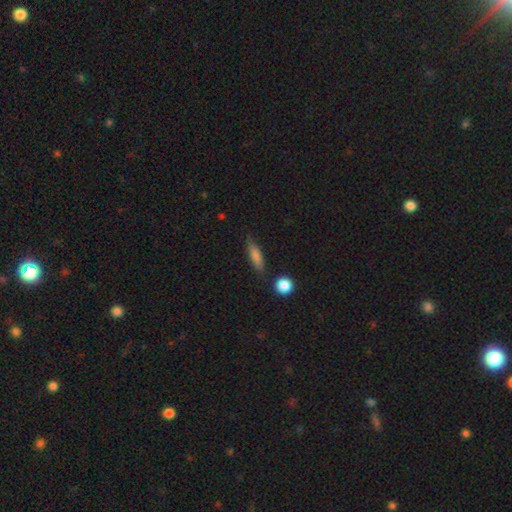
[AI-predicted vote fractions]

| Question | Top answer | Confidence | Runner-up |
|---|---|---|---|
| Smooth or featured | smooth | 72% | featured or disk (19%) |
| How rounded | cigar-shaped | 67% | in between (29%) |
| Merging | none | 83% | minor disturbance (12%) |